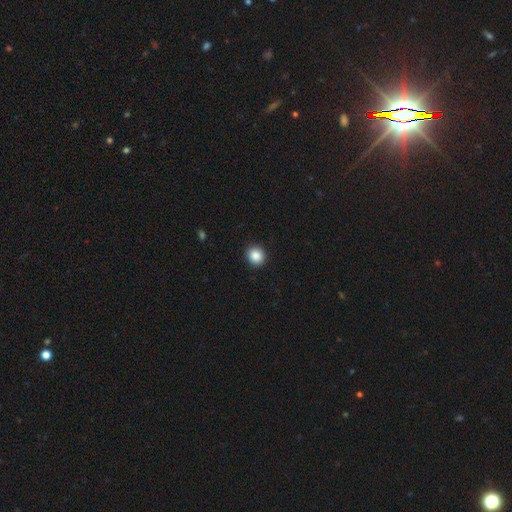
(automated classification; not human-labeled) Smooth or featured? smooth (87%)
How rounded? round (82%)
Merging? none (91%)